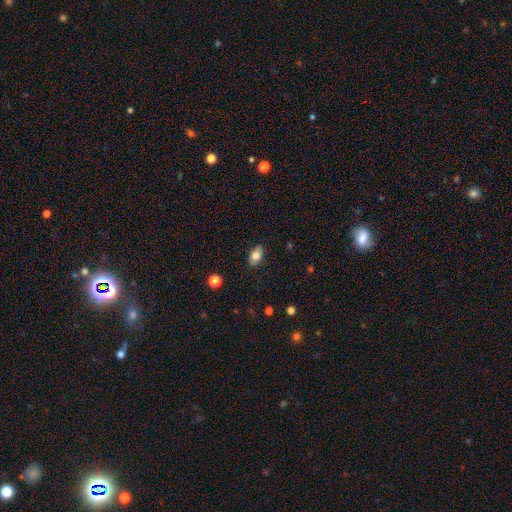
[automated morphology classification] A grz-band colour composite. It shows a smooth galaxy with no disk features (80%) that is in between round and cigar-shaped (89%). Merging: none (86%).